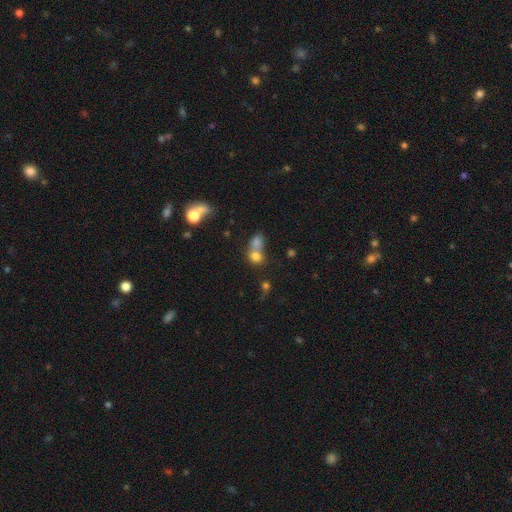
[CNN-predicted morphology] The model was most divided on "merging": merger: 59%, none: 31%, minor disturbance: 7%, major disturbance: 4%. More confident: smooth or featured — smooth (72%); how rounded — round (68%).